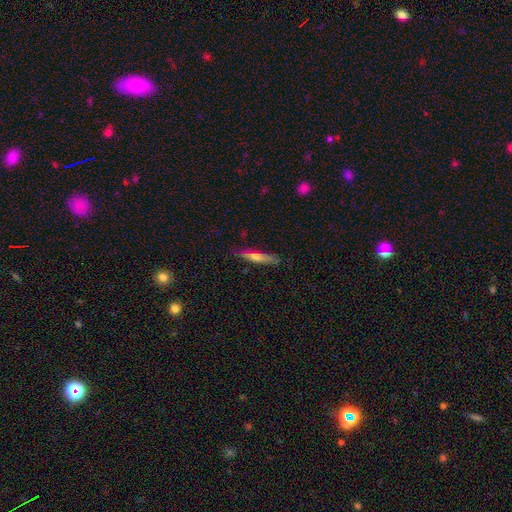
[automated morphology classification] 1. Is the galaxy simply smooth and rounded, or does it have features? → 59% featured or disk, 33% smooth, 8% star or artifact.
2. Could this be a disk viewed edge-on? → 94% yes, 6% no.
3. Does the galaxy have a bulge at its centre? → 81% rounded, 15% none, 4% boxy.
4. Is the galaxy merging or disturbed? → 88% none, 9% minor disturbance, 2% major disturbance, 1% merger.